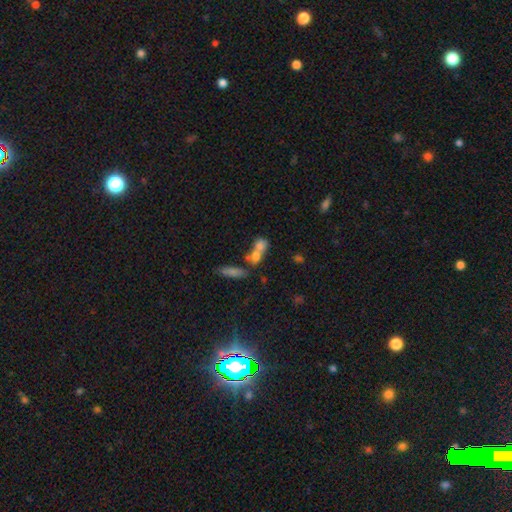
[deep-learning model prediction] smooth_or_featured: smooth (p=0.70) [alt: featured or disk p=0.18]
how_rounded: in between (p=0.59) [alt: round p=0.30]
merging: merger (p=0.61) [alt: none p=0.26]